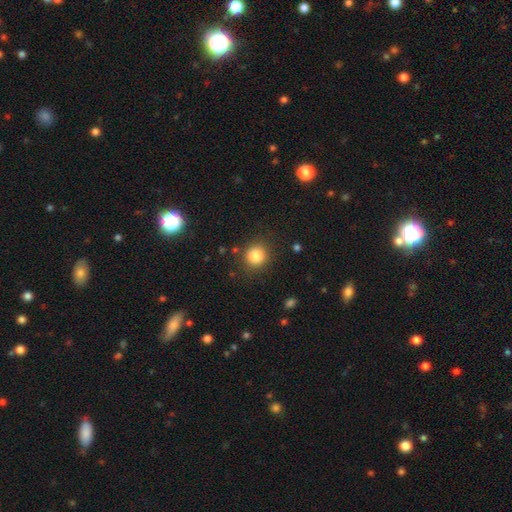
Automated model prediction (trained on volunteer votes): smooth 84%, star or artifact 11%, featured or disk 5%. Down the decision tree: how rounded — round (89%); merging — none (87%).